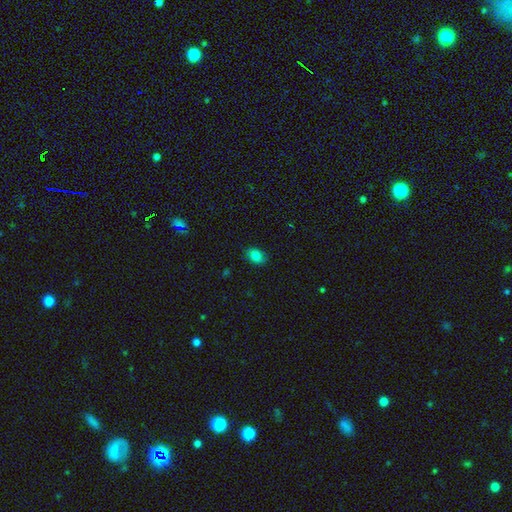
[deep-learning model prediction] This appears to be a smooth galaxy with no disk features (84%) that is in between round and cigar-shaped (78%). Merging: none (86%).